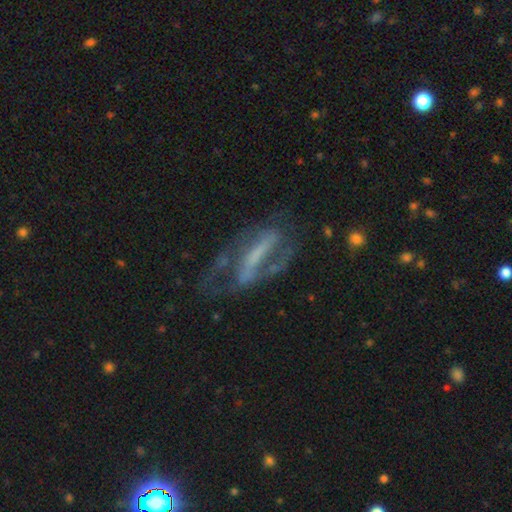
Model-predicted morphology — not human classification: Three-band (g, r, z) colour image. It shows a featured or disk galaxy (73%) with a strong bar (61%), spiral arms (68%) and no central bulge (45%). Merging: none (47%).